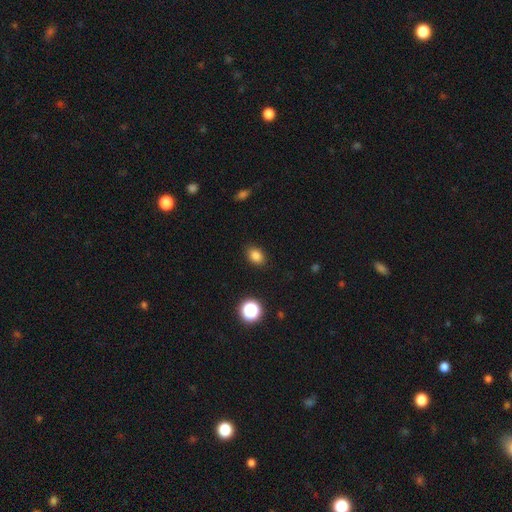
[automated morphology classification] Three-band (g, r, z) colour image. It shows a smooth galaxy with no disk features (83%) that is in between round and cigar-shaped (70%). Merging: none (88%).